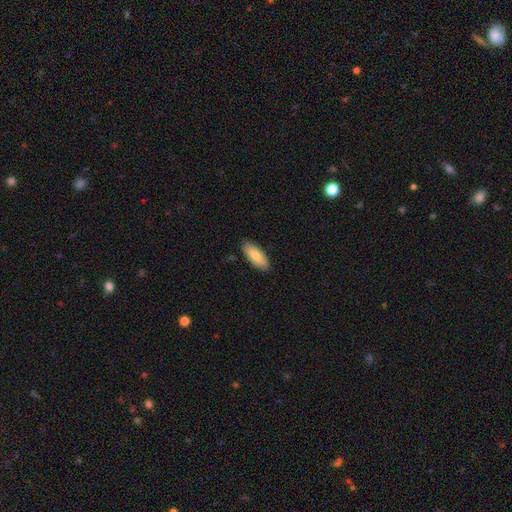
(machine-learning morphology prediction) This appears to be a smooth galaxy with no disk features (79%) that is in between round and cigar-shaped (83%). Merging: none (86%).